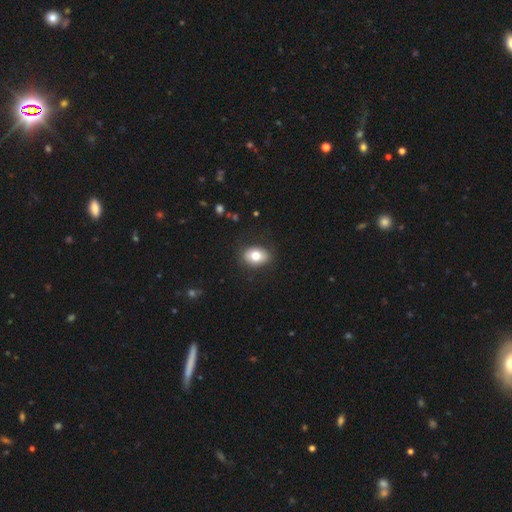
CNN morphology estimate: smooth-or-featured: smooth: 77% | featured or disk: 14% | star or artifact: 9%
  how-rounded: in between: 71% | round: 28% | cigar-shaped: 1%
  merging: none: 84% | minor disturbance: 11% | major disturbance: 3% | merger: 1%